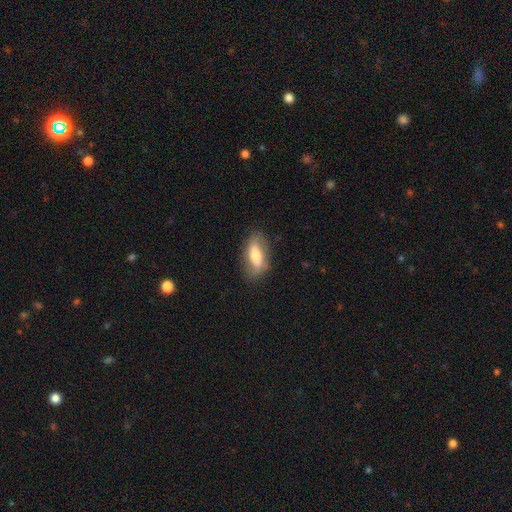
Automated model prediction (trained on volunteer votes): Q: Smooth or featured?
A: smooth (60%); runner-up: featured or disk (33%)
Q: How rounded?
A: in between (82%); runner-up: cigar-shaped (14%)
Q: Merging?
A: none (78%); runner-up: minor disturbance (16%)